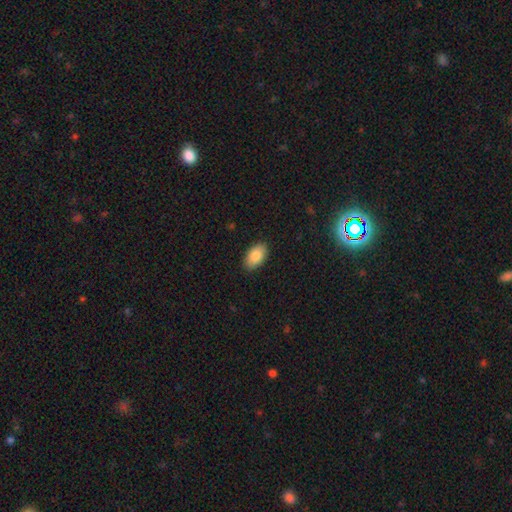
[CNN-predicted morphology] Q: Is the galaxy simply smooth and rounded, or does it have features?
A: smooth — 85%.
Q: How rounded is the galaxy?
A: in between — 94%.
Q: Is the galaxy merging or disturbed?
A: none — 88%.